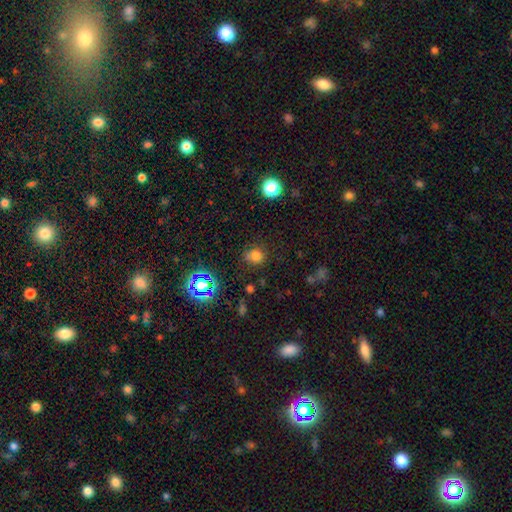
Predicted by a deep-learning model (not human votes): smooth-or-featured: smooth: 73% | star or artifact: 21% | featured or disk: 6%
  how-rounded: round: 81% | in between: 18% | cigar-shaped: 1%
  merging: none: 71% | minor disturbance: 17% | major disturbance: 6% | merger: 5%